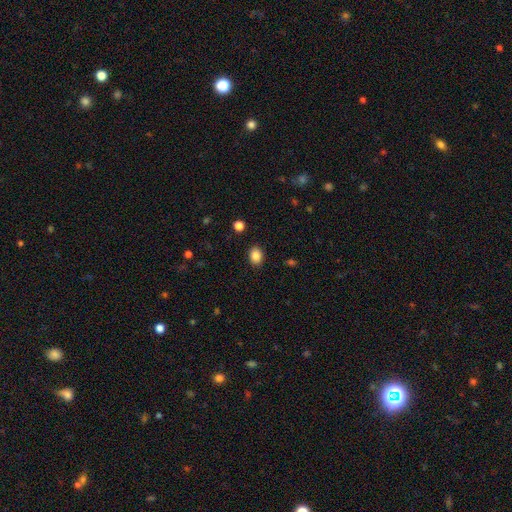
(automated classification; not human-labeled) smooth-or-featured: smooth: 86% | star or artifact: 9% | featured or disk: 5%
  how-rounded: in between: 60% | round: 39% | cigar-shaped: 1%
  merging: none: 90% | minor disturbance: 7% | major disturbance: 2% | merger: 1%